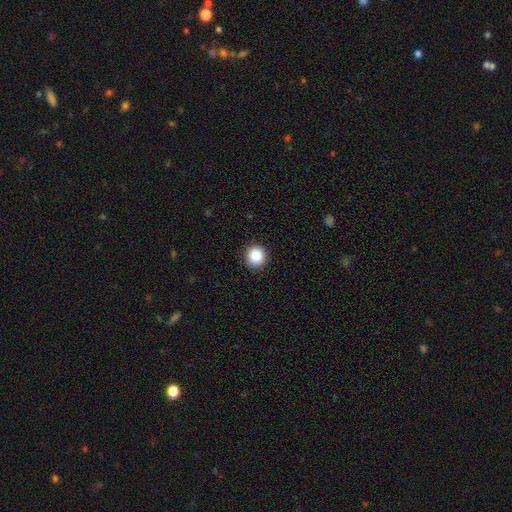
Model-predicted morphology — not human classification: A smooth galaxy with no disk features (84%) that is round (91%). Merging: none (93%).